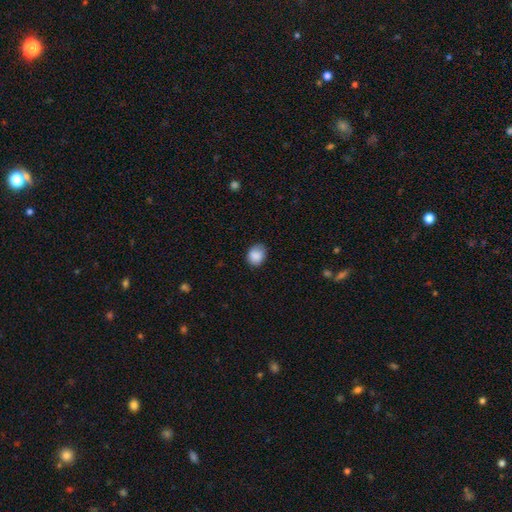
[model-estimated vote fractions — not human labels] Smooth or featured? Predicted: smooth (p=0.87). How rounded? Predicted: round (p=0.58). Merging? Predicted: none (p=0.76).